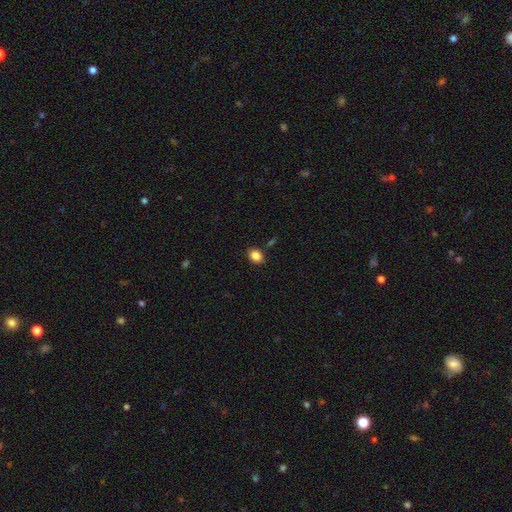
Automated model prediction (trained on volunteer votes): Smooth or featured?
  - smooth: 86% *
  - star or artifact: 10%
  - featured or disk: 4%
How rounded?
  - in between: 62% *
  - round: 37%
  - cigar-shaped: 1%
Merging?
  - none: 84% *
  - minor disturbance: 10%
  - merger: 3%
  - major disturbance: 3%